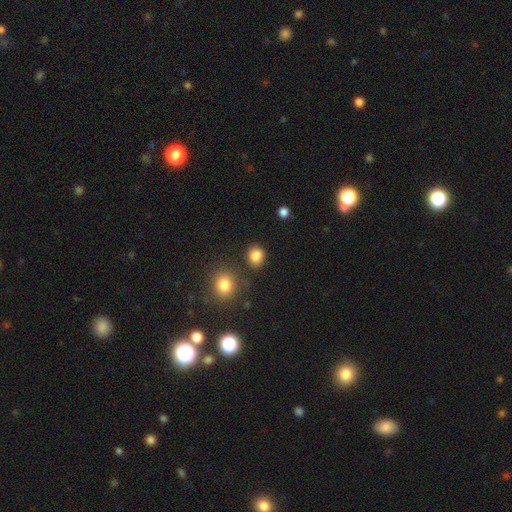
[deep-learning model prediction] smooth-or-featured: smooth: 85% | star or artifact: 11% | featured or disk: 4%
  how-rounded: round: 62% | in between: 37% | cigar-shaped: 1%
  merging: none: 77% | minor disturbance: 13% | merger: 6% | major disturbance: 4%